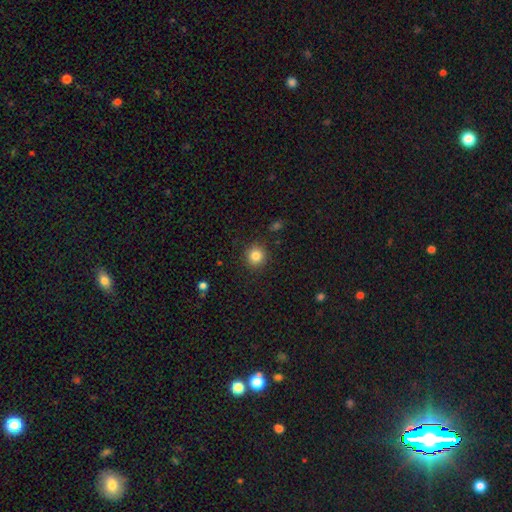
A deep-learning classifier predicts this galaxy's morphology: smooth-or-featured: smooth: 83% | star or artifact: 11% | featured or disk: 6%
  how-rounded: round: 92% | in between: 7% | cigar-shaped: 1%
  merging: none: 90% | minor disturbance: 7% | major disturbance: 2% | merger: 1%